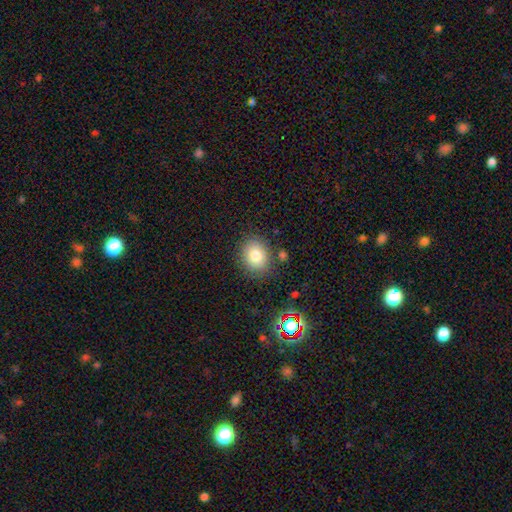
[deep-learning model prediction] Smooth or featured? smooth (79%)
How rounded? round (59%)
Merging? none (82%)